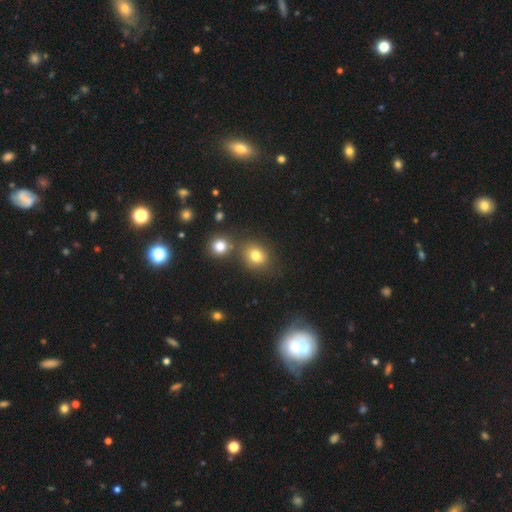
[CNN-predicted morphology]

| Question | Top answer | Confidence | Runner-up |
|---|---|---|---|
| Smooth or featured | smooth | 77% | star or artifact (15%) |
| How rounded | round | 69% | in between (30%) |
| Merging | none | 69% | merger (16%) |